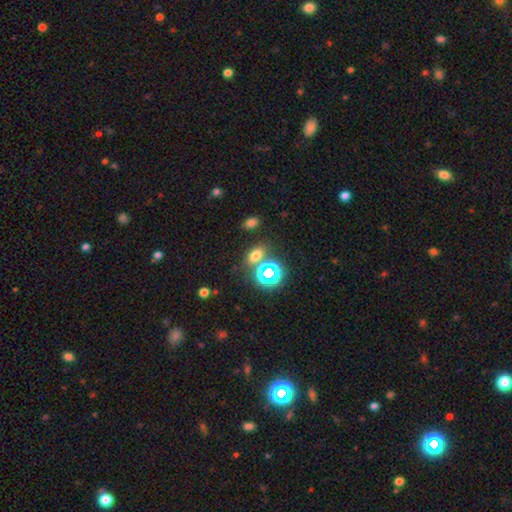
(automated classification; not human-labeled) Smooth or featured: smooth — 60% (star or artifact — 31%)
How rounded: in between — 69% (round — 27%)
Merging: none — 72% (merger — 14%)